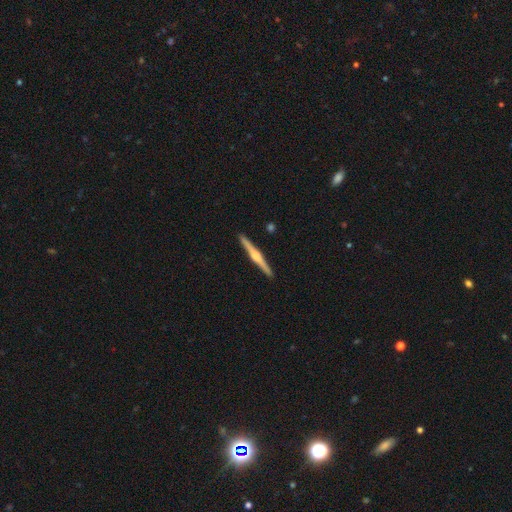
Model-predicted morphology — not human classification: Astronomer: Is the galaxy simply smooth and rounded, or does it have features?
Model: featured or disk — 77%.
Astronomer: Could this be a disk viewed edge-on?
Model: yes — 99%.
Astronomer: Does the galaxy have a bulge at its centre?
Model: rounded — 85%.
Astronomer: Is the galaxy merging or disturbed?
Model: none — 93%.